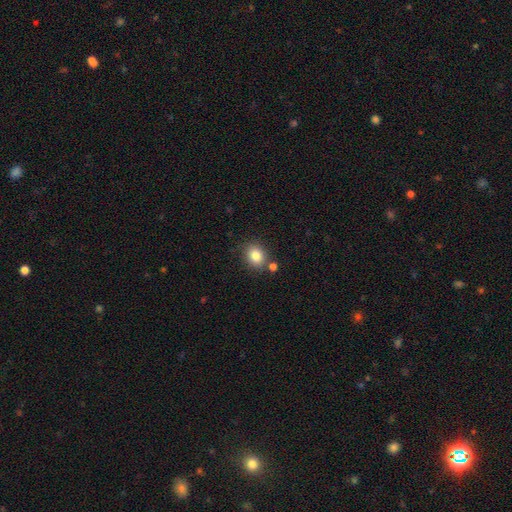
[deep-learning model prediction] Smooth or featured?
  - smooth: 83% *
  - star or artifact: 10%
  - featured or disk: 7%
How rounded?
  - round: 58% *
  - in between: 42%
  - cigar-shaped: 1%
Merging?
  - none: 78% *
  - minor disturbance: 10%
  - merger: 9%
  - major disturbance: 3%